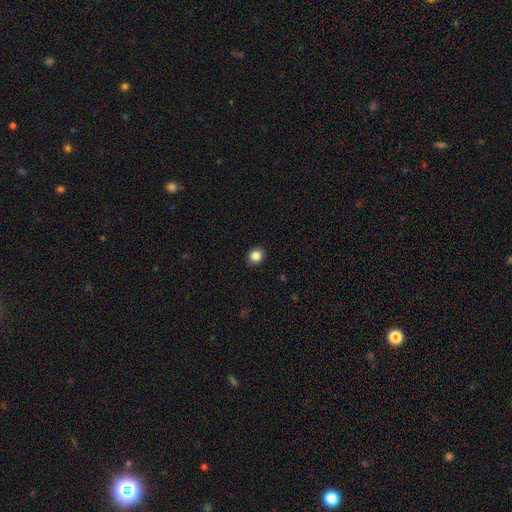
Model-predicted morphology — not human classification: This appears to be a smooth galaxy with no disk features (86%) that is round (73%). Merging: none (91%).